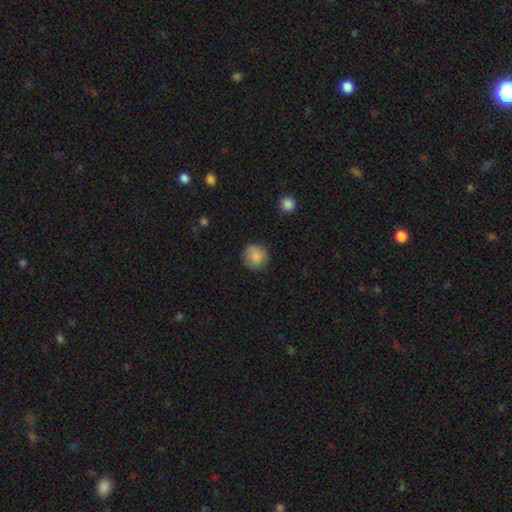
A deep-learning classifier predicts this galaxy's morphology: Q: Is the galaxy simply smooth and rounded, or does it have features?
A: smooth — 84%.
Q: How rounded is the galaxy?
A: round — 91%.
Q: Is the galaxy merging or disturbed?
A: none — 80%.